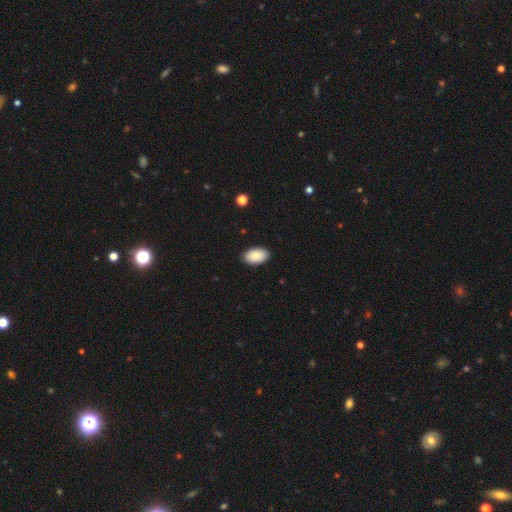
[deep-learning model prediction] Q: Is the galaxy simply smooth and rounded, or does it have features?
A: smooth — 88%.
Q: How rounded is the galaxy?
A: in between — 94%.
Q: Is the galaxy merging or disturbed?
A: none — 90%.